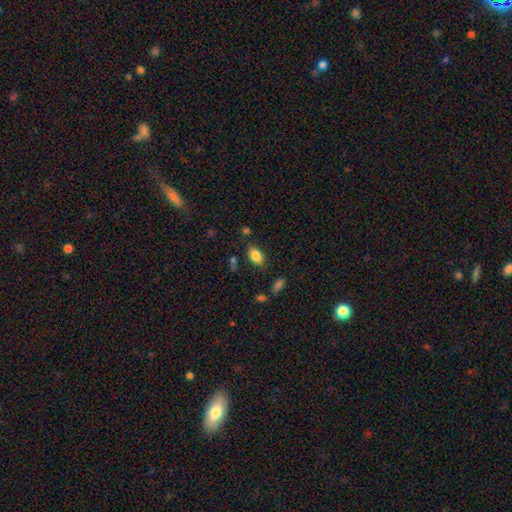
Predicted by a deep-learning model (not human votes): Smooth or featured? smooth (85%)
How rounded? in between (90%)
Merging? none (81%)